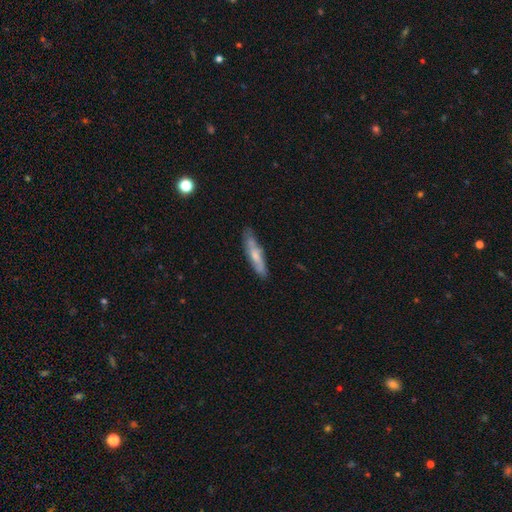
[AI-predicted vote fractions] This is possibly a smooth galaxy (56%). How rounded: likely cigar-shaped (77%). Merging: likely none (70%).